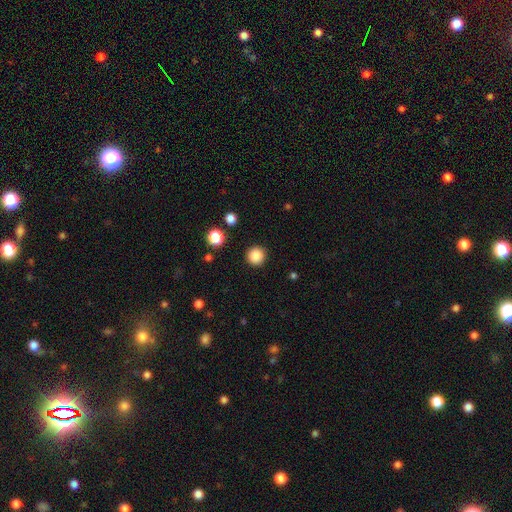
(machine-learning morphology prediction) smooth_or_featured: smooth (p=0.87) [alt: star or artifact p=0.10]
how_rounded: round (p=0.95) [alt: in between p=0.04]
merging: none (p=0.91) [alt: minor disturbance p=0.05]